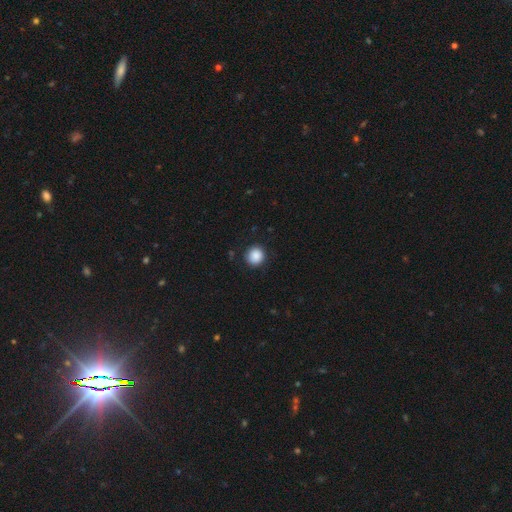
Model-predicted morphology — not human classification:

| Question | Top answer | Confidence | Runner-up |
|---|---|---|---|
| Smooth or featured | smooth | 88% | star or artifact (9%) |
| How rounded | round | 91% | in between (8%) |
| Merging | none | 89% | minor disturbance (7%) |